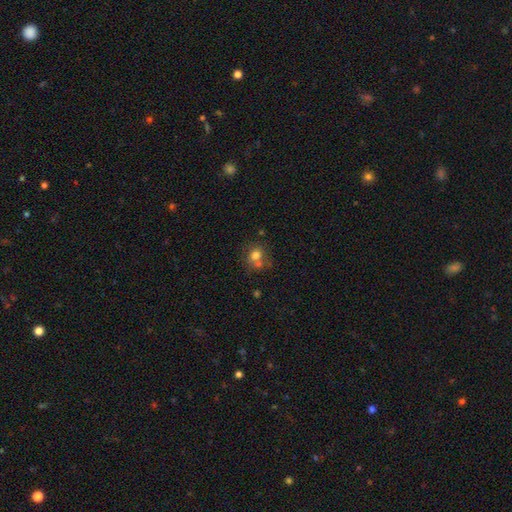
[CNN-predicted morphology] This appears to be a smooth galaxy with no disk features (74%) that is round (74%). Merging: none (50%).